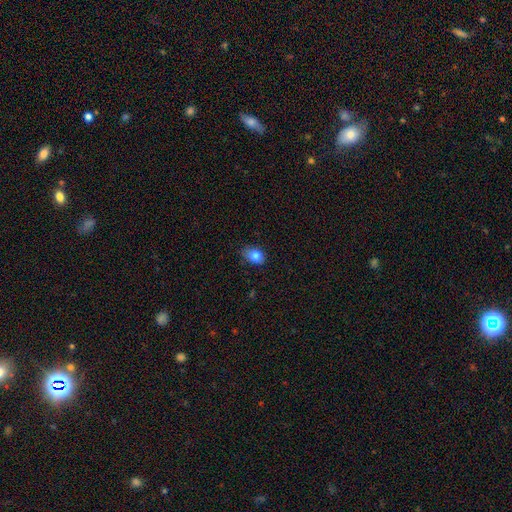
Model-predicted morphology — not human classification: Overall: smooth (82%). How rounded: in between (72%). Merging: none (66%; minor disturbance 27%).